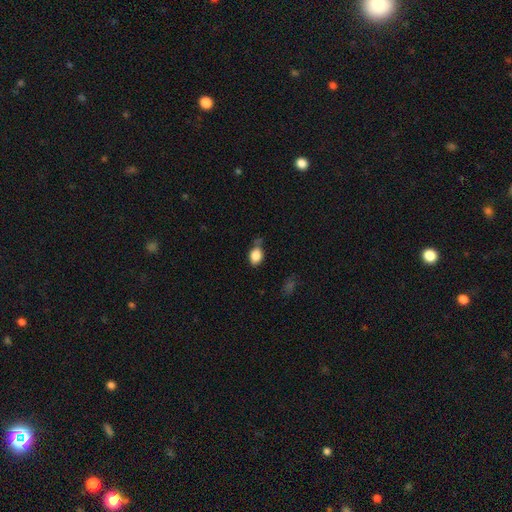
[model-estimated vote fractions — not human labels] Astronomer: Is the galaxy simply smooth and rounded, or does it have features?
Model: smooth — 85%.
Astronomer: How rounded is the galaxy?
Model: in between — 78%.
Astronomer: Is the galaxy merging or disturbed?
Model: none — 60%.